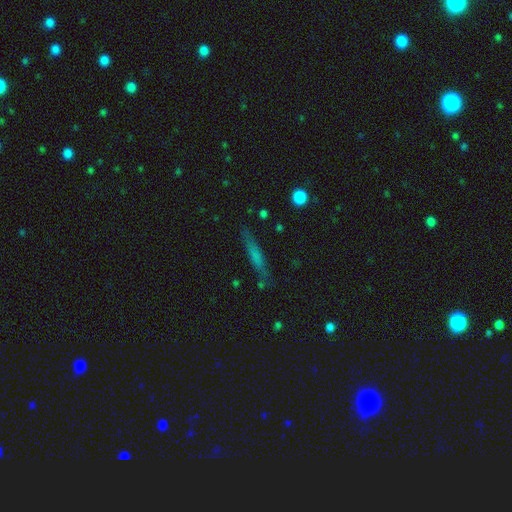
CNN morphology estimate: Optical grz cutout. It shows a smooth galaxy with no disk features (54%) that is cigar-shaped (90%). Merging: none (80%).